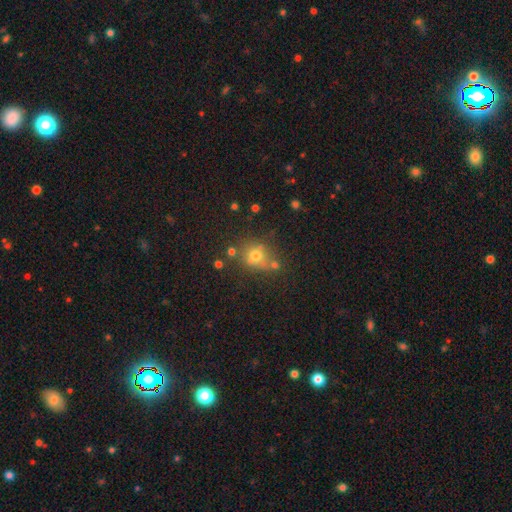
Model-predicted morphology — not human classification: This is likely a smooth galaxy (64%). How rounded: likely round (74%). Merging: possibly none (54%).